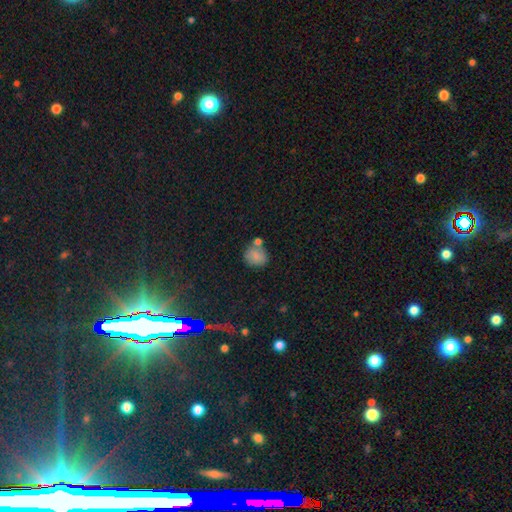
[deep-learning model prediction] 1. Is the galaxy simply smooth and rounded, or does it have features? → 80% smooth, 11% star or artifact, 9% featured or disk.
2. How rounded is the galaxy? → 77% round, 22% in between, 1% cigar-shaped.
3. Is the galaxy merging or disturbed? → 56% none, 25% merger, 15% minor disturbance, 5% major disturbance.